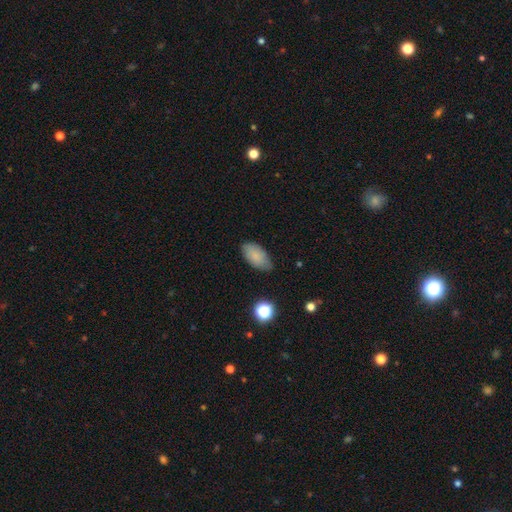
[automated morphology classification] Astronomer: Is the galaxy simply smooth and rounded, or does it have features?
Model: smooth — 81%.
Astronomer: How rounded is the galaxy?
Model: in between — 94%.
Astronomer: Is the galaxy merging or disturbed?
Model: none — 75%.